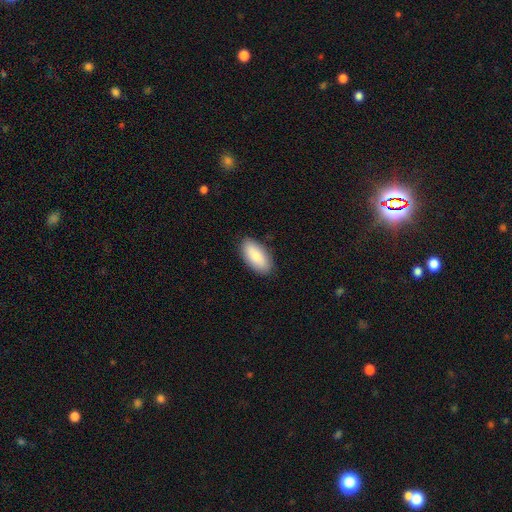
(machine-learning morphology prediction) The model was most divided on "smooth or featured": smooth: 85%, featured or disk: 10%, star or artifact: 6%. More confident: how rounded — in between (92%); merging — none (87%).